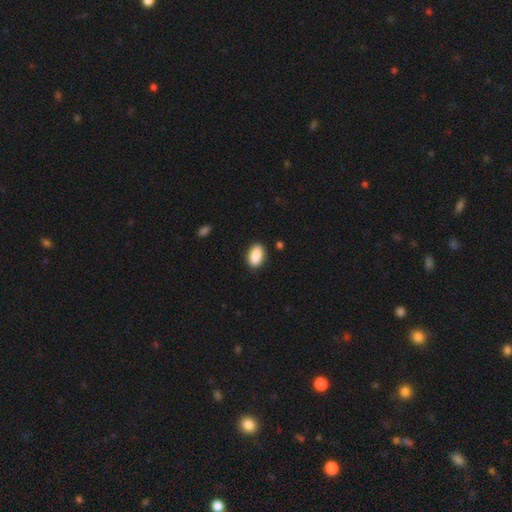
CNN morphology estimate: This appears to be a smooth galaxy with no disk features (89%) that is in between round and cigar-shaped (92%). Merging: none (87%).